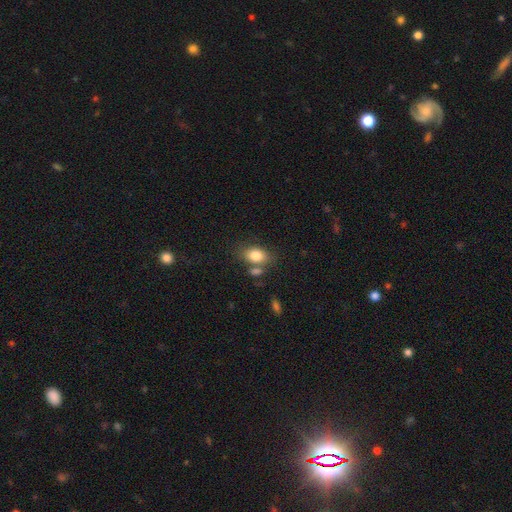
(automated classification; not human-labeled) Smooth or featured? Predicted: smooth (p=0.83). How rounded? Predicted: in between (p=0.78). Merging? Predicted: none (p=0.60).